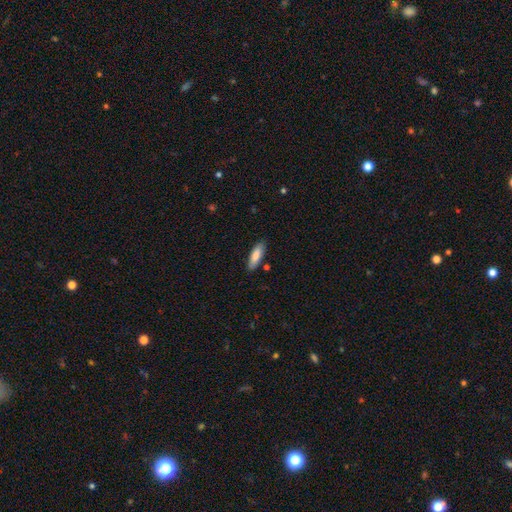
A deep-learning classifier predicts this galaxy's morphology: Smooth or featured? Predicted: smooth (p=0.81). How rounded? Predicted: in between (p=0.50). Merging? Predicted: none (p=0.84).